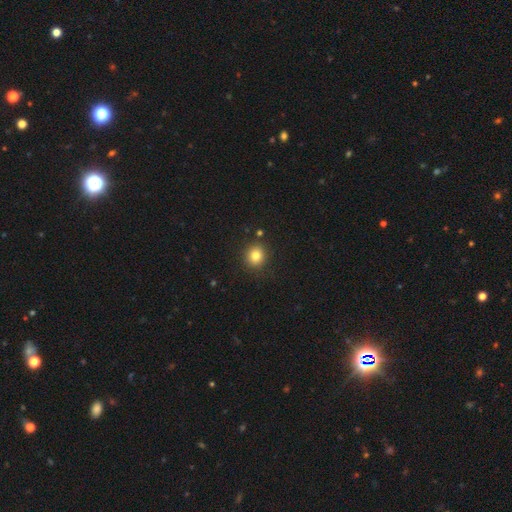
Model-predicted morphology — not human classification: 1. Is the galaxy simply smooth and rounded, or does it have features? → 81% smooth, 12% star or artifact, 7% featured or disk.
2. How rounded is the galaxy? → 86% round, 13% in between, 1% cigar-shaped.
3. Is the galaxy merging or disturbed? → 88% none, 7% minor disturbance, 2% merger, 2% major disturbance.